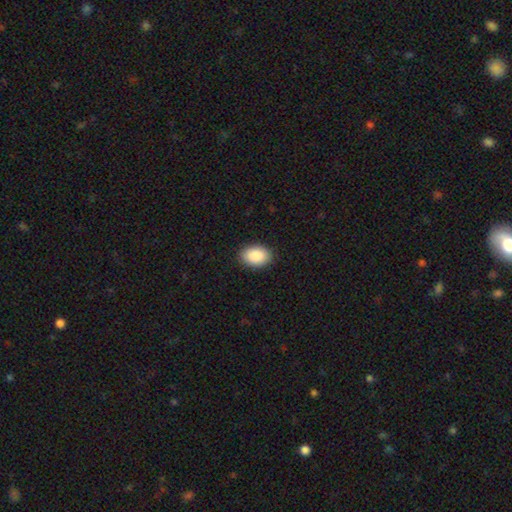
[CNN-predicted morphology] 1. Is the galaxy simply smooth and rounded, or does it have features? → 90% smooth, 6% star or artifact, 3% featured or disk.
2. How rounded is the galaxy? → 86% in between, 13% round, 1% cigar-shaped.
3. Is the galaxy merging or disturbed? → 90% none, 8% minor disturbance, 2% major disturbance, 1% merger.